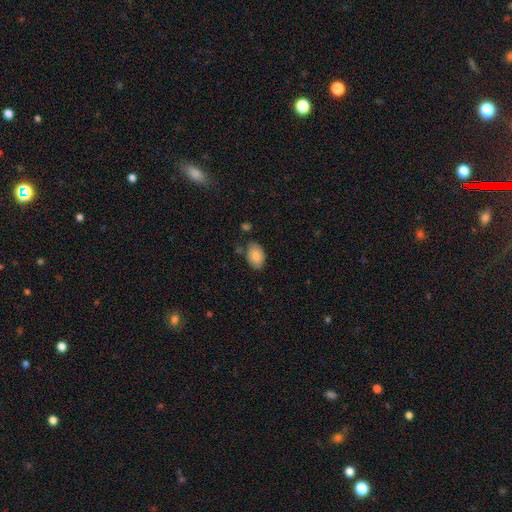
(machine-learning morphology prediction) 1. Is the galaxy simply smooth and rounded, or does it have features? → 82% smooth, 11% featured or disk, 7% star or artifact.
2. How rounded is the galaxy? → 88% in between, 10% round, 1% cigar-shaped.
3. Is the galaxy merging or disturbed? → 75% none, 17% minor disturbance, 4% merger, 3% major disturbance.